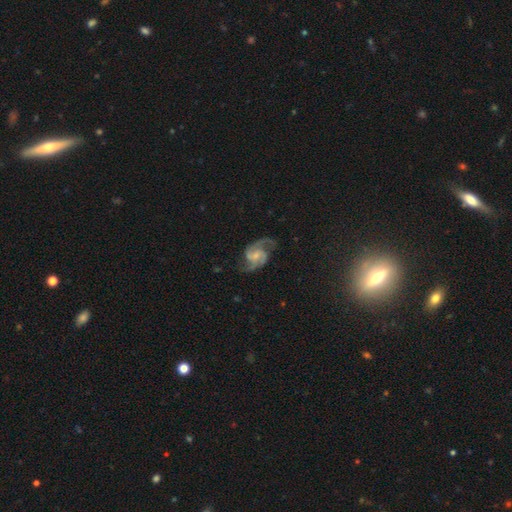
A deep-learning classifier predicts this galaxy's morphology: smooth-or-featured: featured or disk: 91% | star or artifact: 5% | smooth: 5%
  disk-edge-on: no: 98% | yes: 2%
    bar: weak: 48% | no: 40% | strong: 11%
    has-spiral-arms: yes: 98% | no: 2%
      spiral-winding: medium: 58% | loose: 27% | tight: 14%
      spiral-arm-count: 2: 91% | 3: 3% | can't tell: 2% | 1: 1% | 4: 1% | more than 4: 1%
    bulge-size: small: 49% | moderate: 31% | none: 15% | large: 3% | dominant: 1%
  merging: none: 75% | minor disturbance: 16% | major disturbance: 8% | merger: 1%